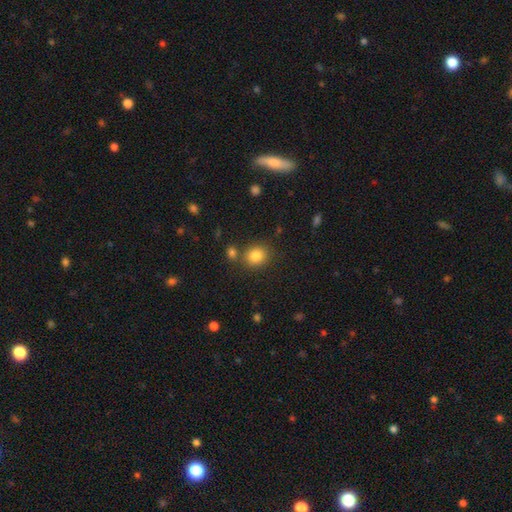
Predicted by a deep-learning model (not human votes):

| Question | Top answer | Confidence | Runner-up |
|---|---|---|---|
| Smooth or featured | smooth | 84% | star or artifact (11%) |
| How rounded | round | 73% | in between (26%) |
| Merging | none | 74% | merger (11%) |